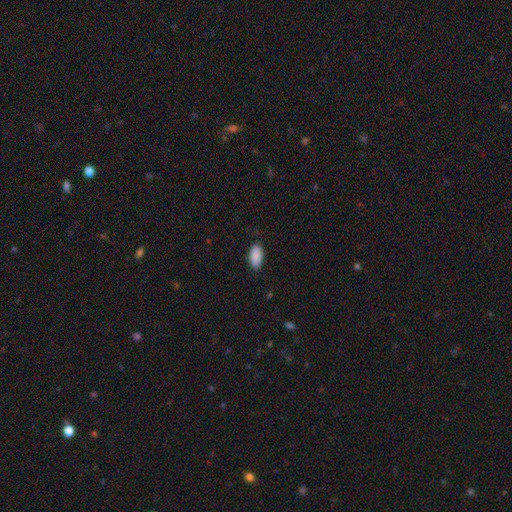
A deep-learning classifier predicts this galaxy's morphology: smooth-or-featured: smooth: 91% | star or artifact: 6% | featured or disk: 3%
  how-rounded: in between: 92% | cigar-shaped: 6% | round: 2%
  merging: none: 86% | minor disturbance: 10% | major disturbance: 2% | merger: 1%